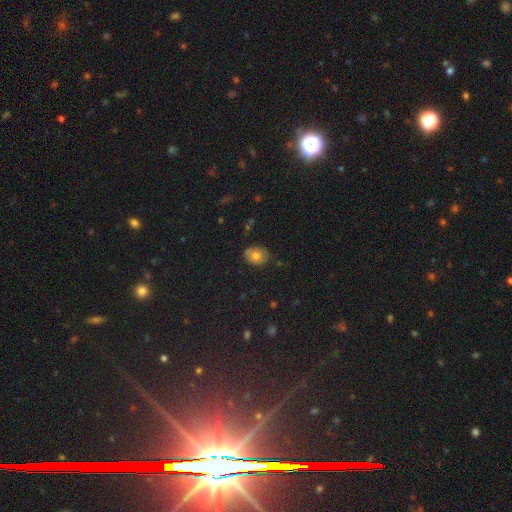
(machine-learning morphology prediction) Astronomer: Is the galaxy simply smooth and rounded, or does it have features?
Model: smooth — 72%.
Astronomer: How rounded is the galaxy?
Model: in between — 57% (runner-up: round, 42%).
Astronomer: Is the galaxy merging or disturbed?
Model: none — 77%.